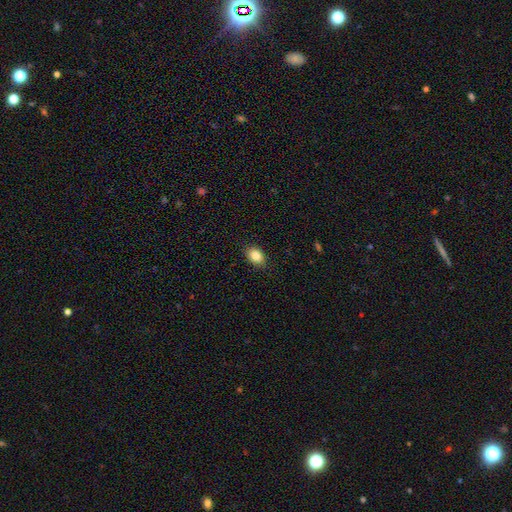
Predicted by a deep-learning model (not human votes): Smooth or featured? smooth (86%)
How rounded? in between (71%)
Merging? none (88%)